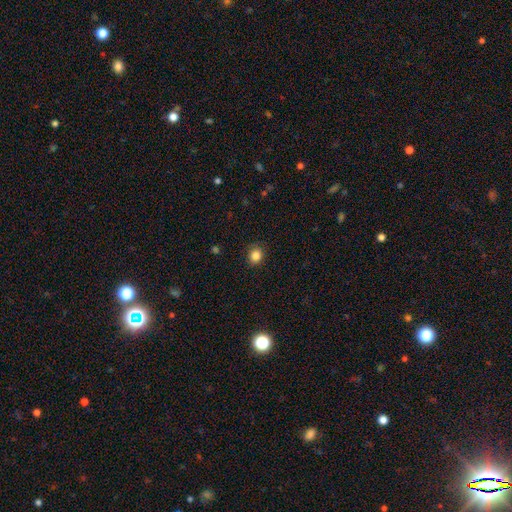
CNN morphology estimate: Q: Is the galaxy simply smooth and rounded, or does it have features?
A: smooth — 84%.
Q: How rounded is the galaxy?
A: round — 72%.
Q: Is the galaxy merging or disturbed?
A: none — 87%.